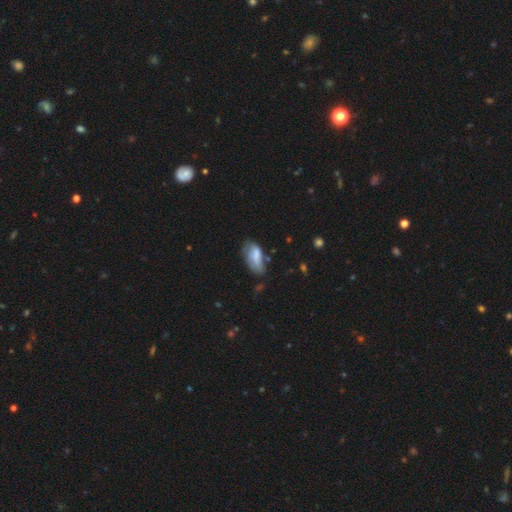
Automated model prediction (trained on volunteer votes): smooth 70%, featured or disk 23%, star or artifact 8%. Down the decision tree: how rounded — in between (88%); merging — none (40%).